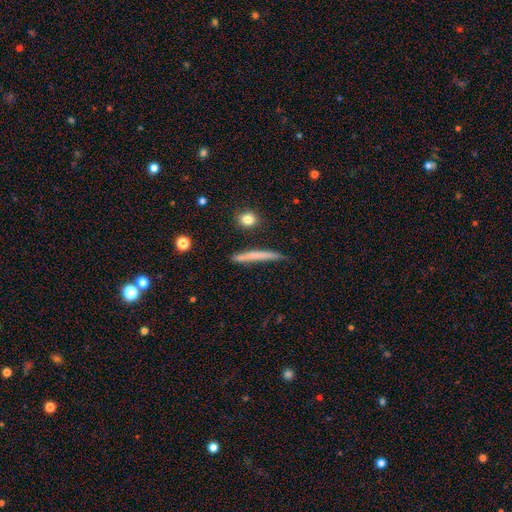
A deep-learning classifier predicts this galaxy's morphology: smooth-or-featured: smooth: 62% | featured or disk: 31% | star or artifact: 7%
  how-rounded: cigar-shaped: 95% | in between: 3% | round: 2%
  merging: none: 81% | minor disturbance: 14% | major disturbance: 3% | merger: 2%